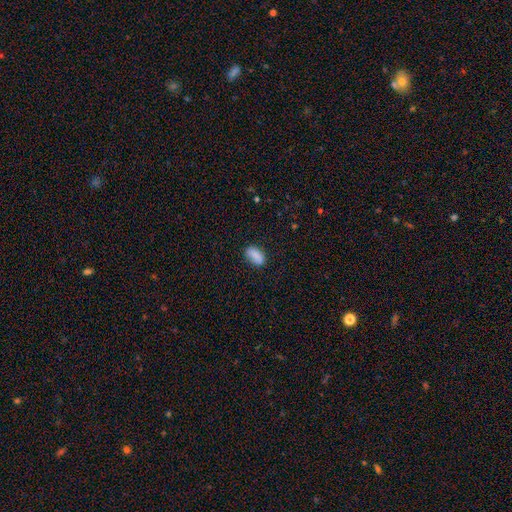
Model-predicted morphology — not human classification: This is clearly a smooth galaxy (84%). How rounded: clearly in between (90%). Merging: likely none (77%).